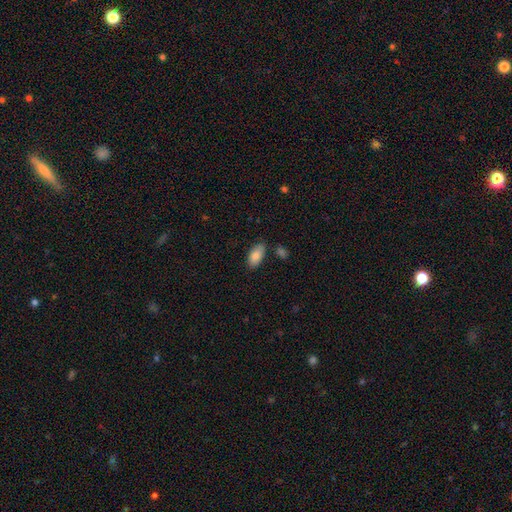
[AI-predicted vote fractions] smooth-or-featured: smooth: 86% | featured or disk: 8% | star or artifact: 7%
  how-rounded: in between: 92% | cigar-shaped: 6% | round: 2%
  merging: none: 79% | minor disturbance: 14% | merger: 4% | major disturbance: 3%